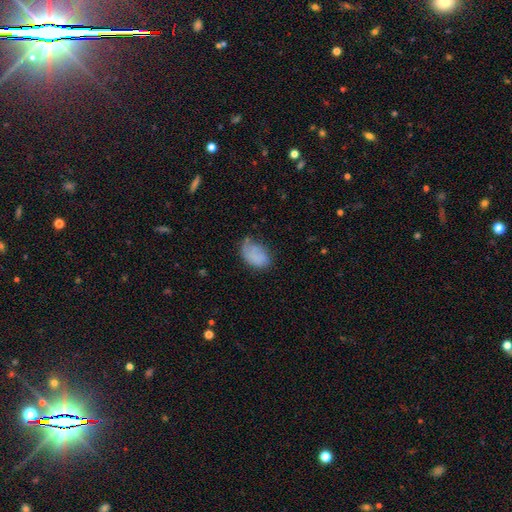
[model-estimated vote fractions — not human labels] The model was most divided on "merging": none: 48%, minor disturbance: 33%, major disturbance: 15%, merger: 4%. More confident: how rounded — in between (88%); smooth or featured — smooth (75%).